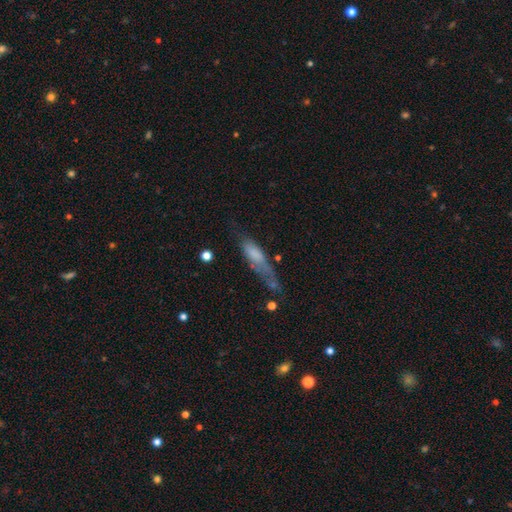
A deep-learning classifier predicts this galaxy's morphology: A smooth galaxy with no disk features (57%) that is cigar-shaped (66%).

Vote fractions:
- Smooth or featured? smooth: 57% / featured or disk: 34% / star or artifact: 9%
- How rounded? cigar-shaped: 66% / in between: 32% / round: 2%
- Merging? none: 41% / minor disturbance: 30% / major disturbance: 22% / merger: 6%